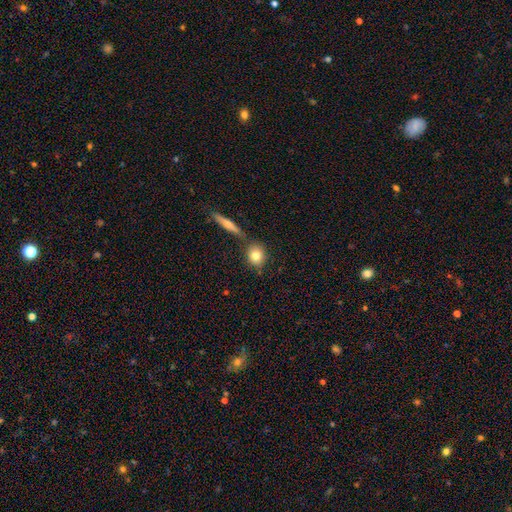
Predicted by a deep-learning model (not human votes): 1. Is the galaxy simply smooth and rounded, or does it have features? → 77% smooth, 14% featured or disk, 9% star or artifact.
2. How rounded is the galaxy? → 69% round, 28% in between, 3% cigar-shaped.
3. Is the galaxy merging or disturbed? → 73% none, 13% merger, 11% minor disturbance, 3% major disturbance.